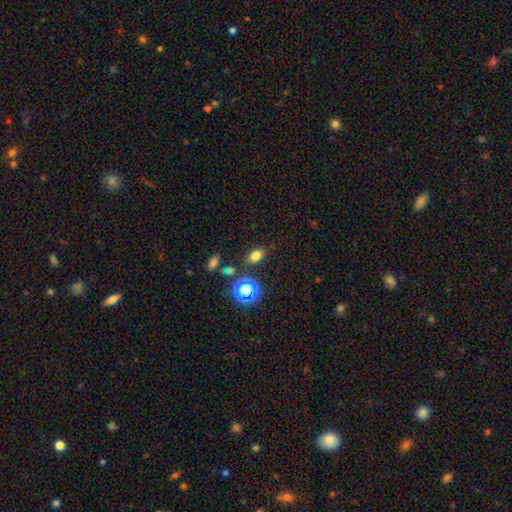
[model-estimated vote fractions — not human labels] This appears to be a smooth galaxy with no disk features (74%) that is in between round and cigar-shaped (75%). Merging: none (81%).